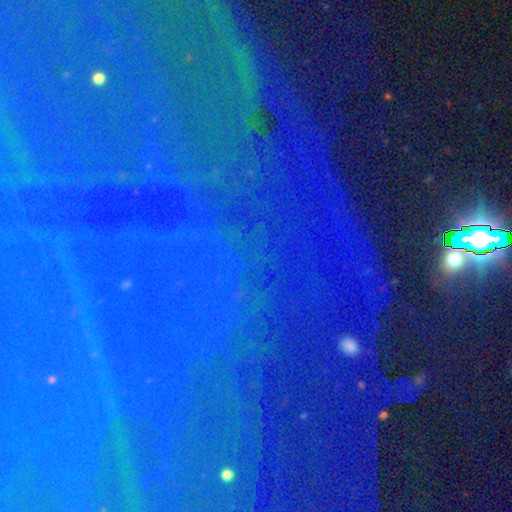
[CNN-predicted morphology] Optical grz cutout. It shows a star or artifact, not a galaxy (83%).